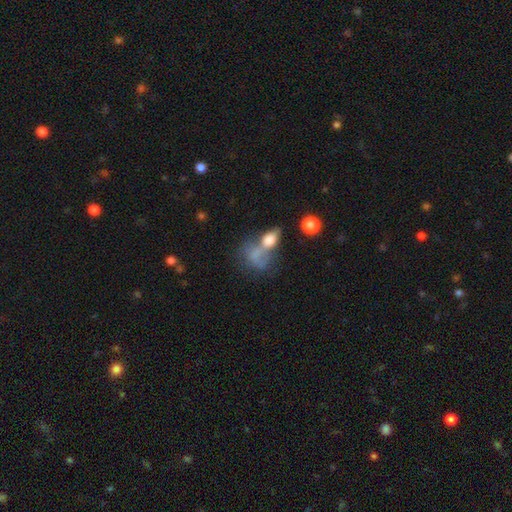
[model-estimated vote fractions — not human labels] This is likely a smooth galaxy (61%). How rounded: likely in between (70%). Merging: marginally merger (44%).